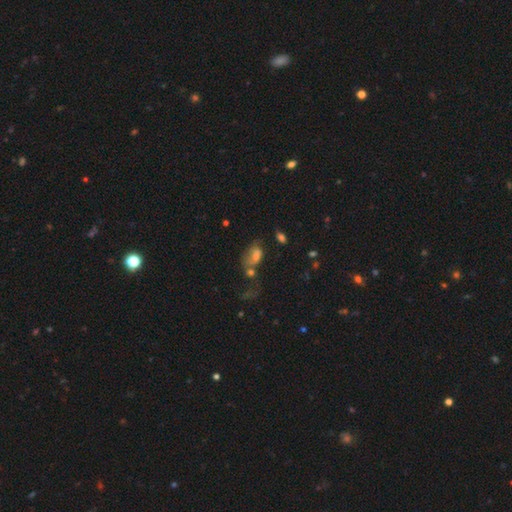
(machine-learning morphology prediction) Smooth or featured: smooth — 49% (featured or disk — 27%)
Merging: merger — 32% (tied with none — 32%)